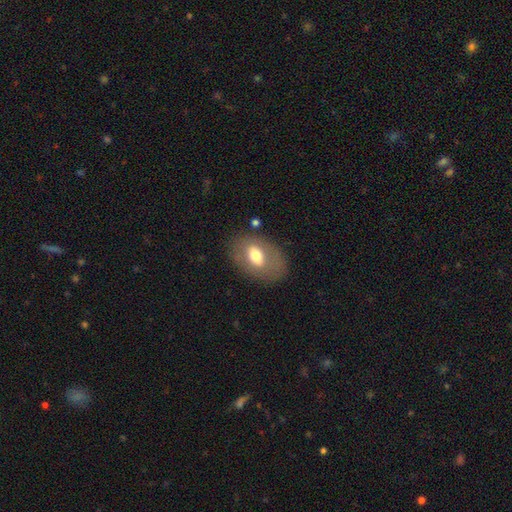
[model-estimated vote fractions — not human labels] smooth 61%, featured or disk 32%, star or artifact 8%. Down the decision tree: how rounded — in between (84%); merging — none (75%).